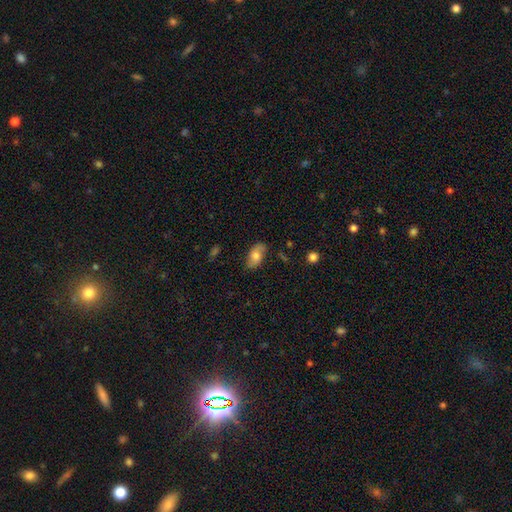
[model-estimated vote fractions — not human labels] Smooth or featured? smooth (70%)
How rounded? in between (92%)
Merging? none (78%)